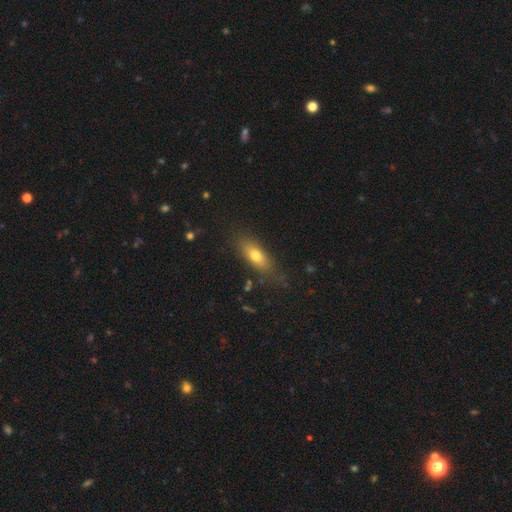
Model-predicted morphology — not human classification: Smooth or featured? Predicted: smooth (p=0.73). How rounded? Predicted: in between (p=0.70). Merging? Predicted: none (p=0.75).